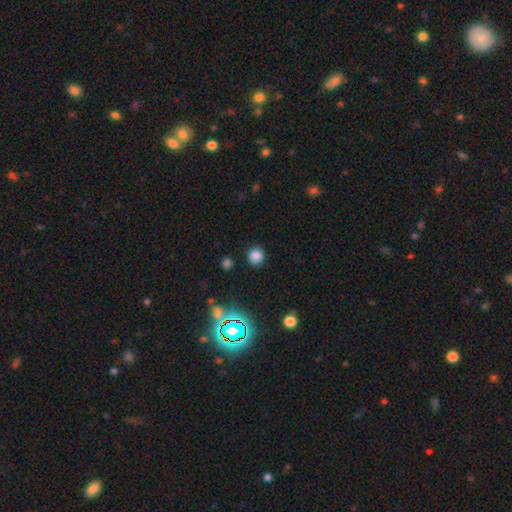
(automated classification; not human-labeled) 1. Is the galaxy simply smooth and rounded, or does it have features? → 78% smooth, 16% star or artifact, 5% featured or disk.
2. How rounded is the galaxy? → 87% round, 12% in between, 1% cigar-shaped.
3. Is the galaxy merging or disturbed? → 86% none, 9% minor disturbance, 3% major disturbance, 2% merger.